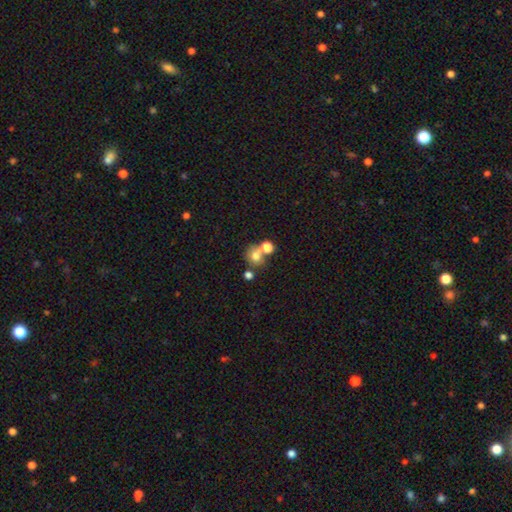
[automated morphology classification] A smooth galaxy with no disk features (72%) that is round (78%). Merging: none (45%).